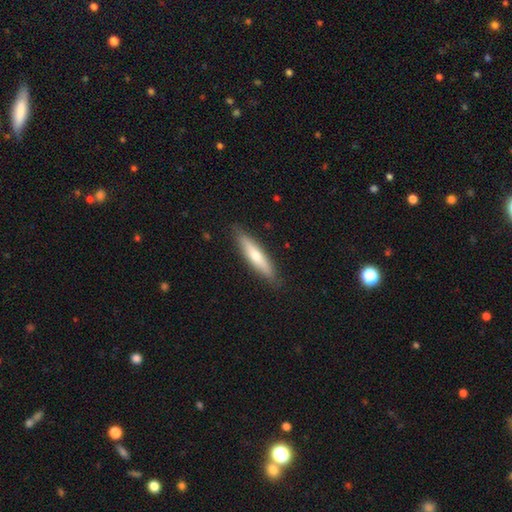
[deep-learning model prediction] Morphology: type=smooth (53%); roundness=cigar-shaped (83%); merging=none (89%).